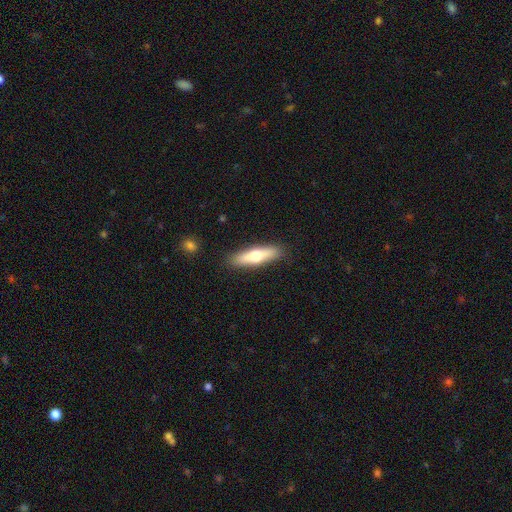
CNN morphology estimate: Smooth or featured?
  - smooth: 54% *
  - featured or disk: 40%
  - star or artifact: 6%
How rounded?
  - cigar-shaped: 67% *
  - in between: 31%
  - round: 2%
Merging?
  - none: 88% *
  - minor disturbance: 9%
  - major disturbance: 2%
  - merger: 1%